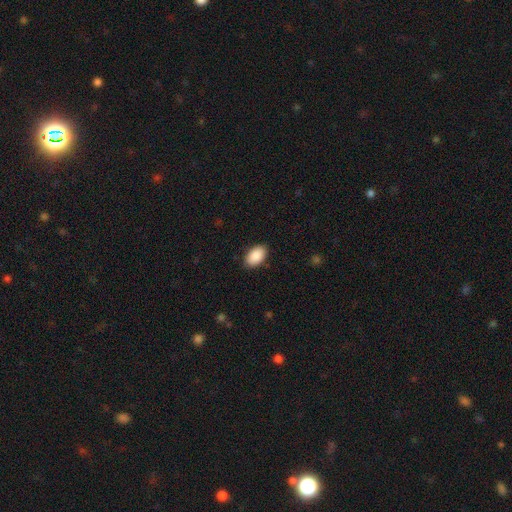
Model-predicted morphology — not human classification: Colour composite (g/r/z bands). It shows a smooth galaxy with no disk features (90%) that is in between round and cigar-shaped (94%). Merging: none (88%).